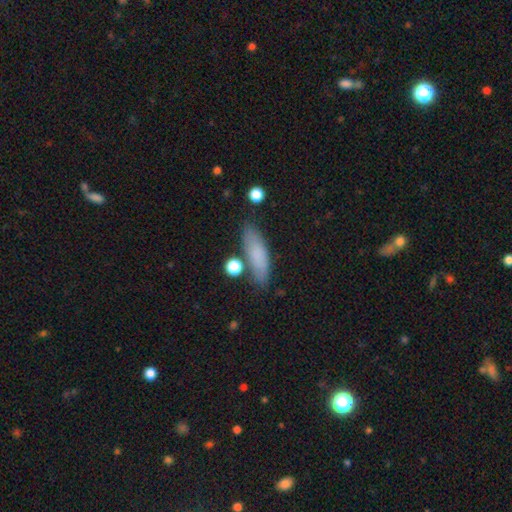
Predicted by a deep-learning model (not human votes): Smooth or featured: smooth — 75% (featured or disk — 14%)
How rounded: cigar-shaped — 54% (in between — 43%)
Merging: none — 78% (minor disturbance — 13%)